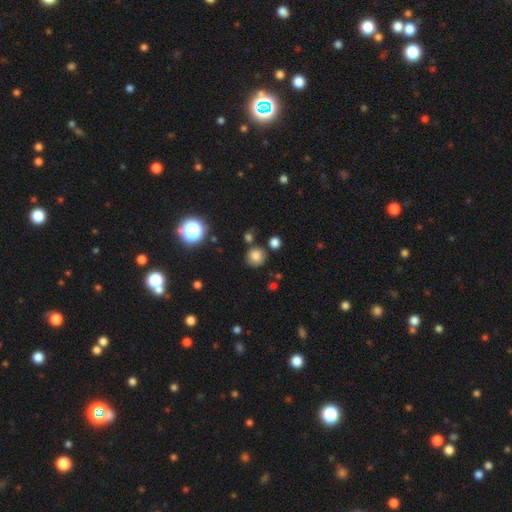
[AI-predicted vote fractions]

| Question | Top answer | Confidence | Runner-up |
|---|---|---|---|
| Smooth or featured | smooth | 78% | star or artifact (15%) |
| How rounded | round | 90% | in between (9%) |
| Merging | none | 78% | minor disturbance (12%) |